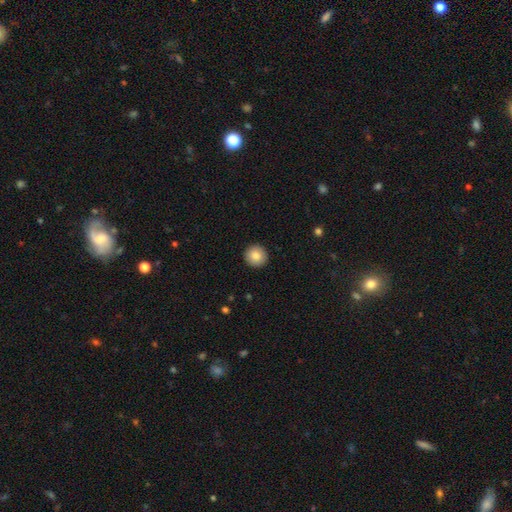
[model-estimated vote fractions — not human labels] smooth_or_featured: smooth (p=0.85) [alt: star or artifact p=0.08]
how_rounded: round (p=0.96) [alt: in between p=0.03]
merging: none (p=0.93) [alt: minor disturbance p=0.04]